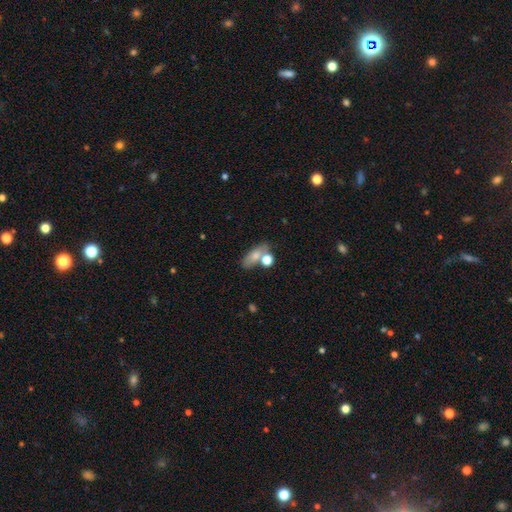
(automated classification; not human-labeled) smooth-or-featured: smooth: 72% | featured or disk: 17% | star or artifact: 10%
  how-rounded: in between: 72% | cigar-shaped: 14% | round: 13%
  merging: none: 52% | merger: 26% | minor disturbance: 15% | major disturbance: 7%